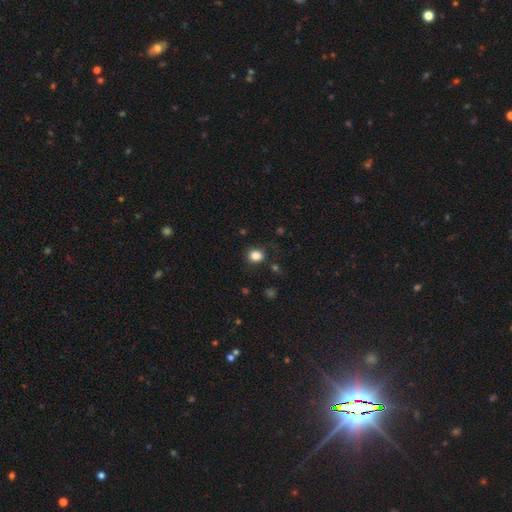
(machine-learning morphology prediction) smooth 84%, star or artifact 11%, featured or disk 5%. Down the decision tree: how rounded — round (66%); merging — none (84%).